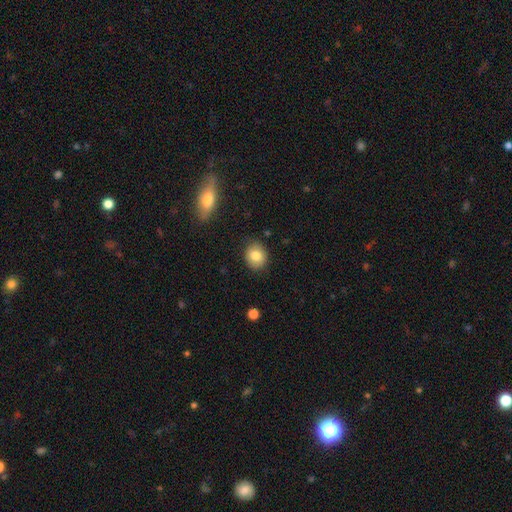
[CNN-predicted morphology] Smooth or featured? smooth (82%)
How rounded? round (66%)
Merging? none (85%)